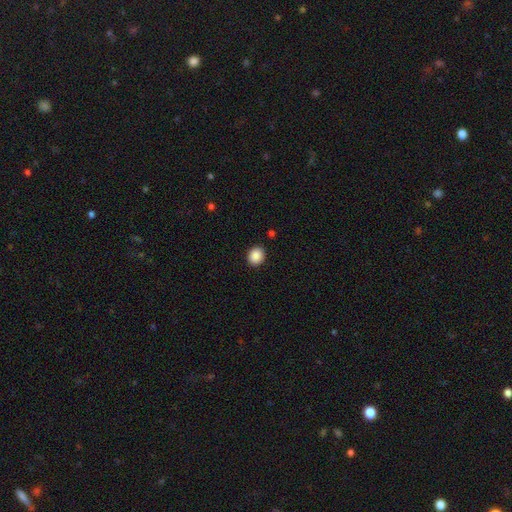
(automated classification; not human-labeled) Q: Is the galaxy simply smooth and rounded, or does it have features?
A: smooth — 89%.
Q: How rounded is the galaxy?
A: round — 69%.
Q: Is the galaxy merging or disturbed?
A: none — 90%.